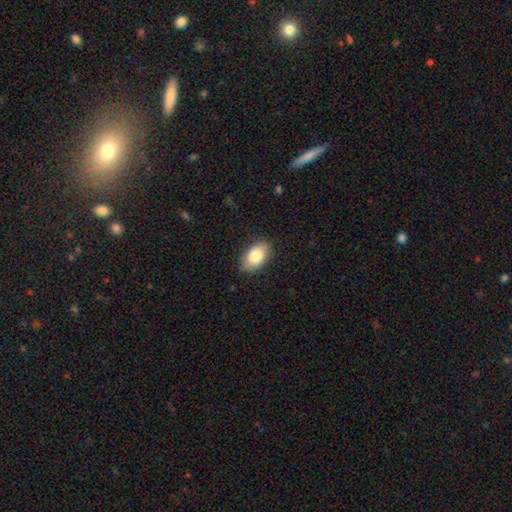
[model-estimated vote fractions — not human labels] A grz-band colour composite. It shows a smooth galaxy with no disk features (82%) that is in between round and cigar-shaped (93%). Merging: none (85%).